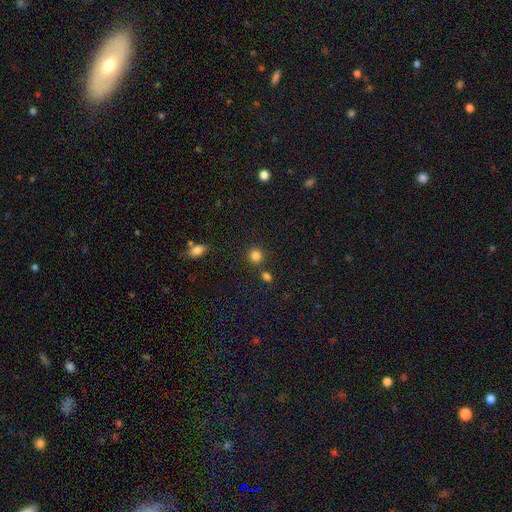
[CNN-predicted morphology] Overall: smooth (83%). How rounded: round (88%). Merging: none (78%).